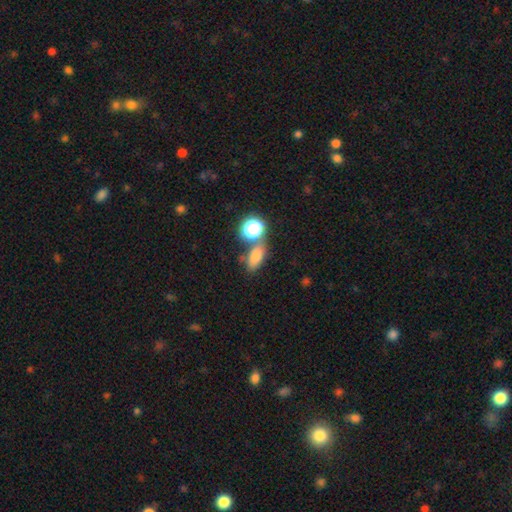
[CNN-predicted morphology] smooth-or-featured: smooth: 74% | star or artifact: 16% | featured or disk: 10%
  how-rounded: in between: 75% | round: 18% | cigar-shaped: 7%
  merging: none: 61% | merger: 21% | minor disturbance: 13% | major disturbance: 5%